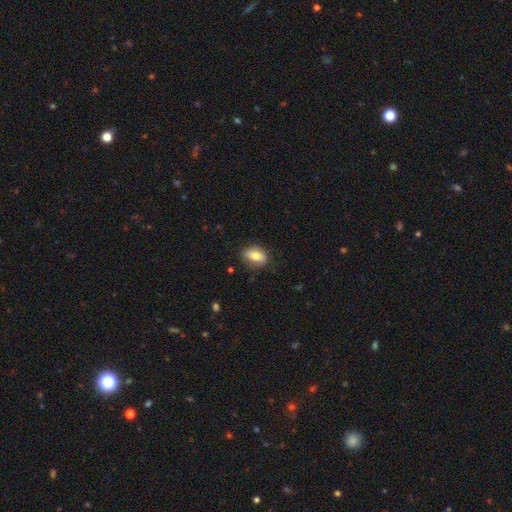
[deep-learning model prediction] This is likely a smooth galaxy (75%). How rounded: clearly in between (83%). Merging: likely none (77%).